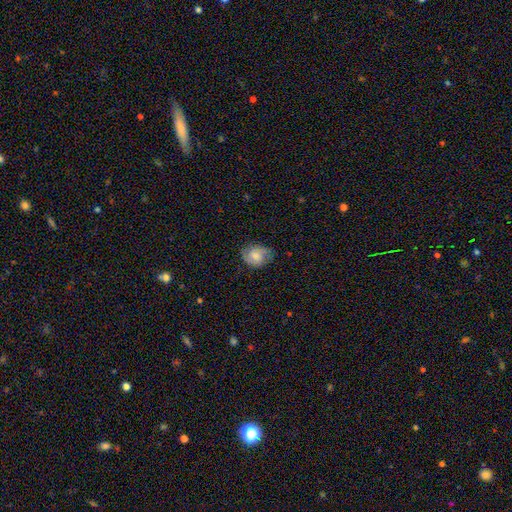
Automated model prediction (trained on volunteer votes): Smooth or featured? Predicted: smooth (p=0.56). How rounded? Predicted: in between (p=0.60). Merging? Predicted: none (p=0.68).